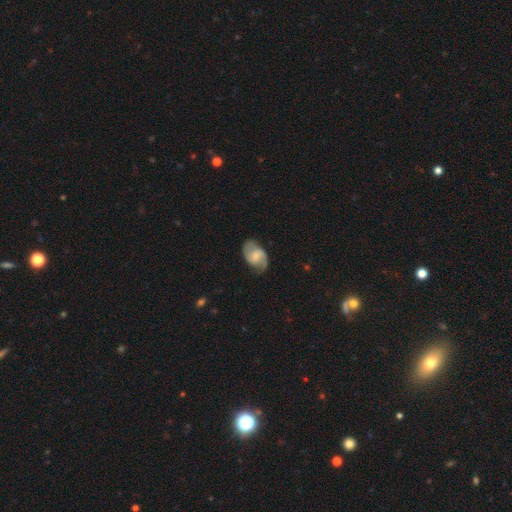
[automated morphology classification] A featured or disk galaxy (74%) with a weak bar (51%), 2 (88%) medium (51%) spiral arms (94%) and a moderate central bulge (32%).

Vote fractions:
- Smooth or featured? featured or disk: 74% / smooth: 20% / star or artifact: 6%
- Edge-on disk? no: 97% / yes: 3%
- Bar? weak: 51% / no: 37% / strong: 12%
- Spiral arms? yes: 94% / no: 6%
- Spiral winding? medium: 51% / loose: 28% / tight: 21%
- Spiral arm count? 2: 88% / can't tell: 5% / 1: 3% / 3: 1% / 4: 1% / more than 4: 1%
- Bulge size? moderate: 32% / small: 28% / none: 26% / large: 11% / dominant: 2%
- Merging? none: 76% / minor disturbance: 17% / major disturbance: 5% / merger: 1%